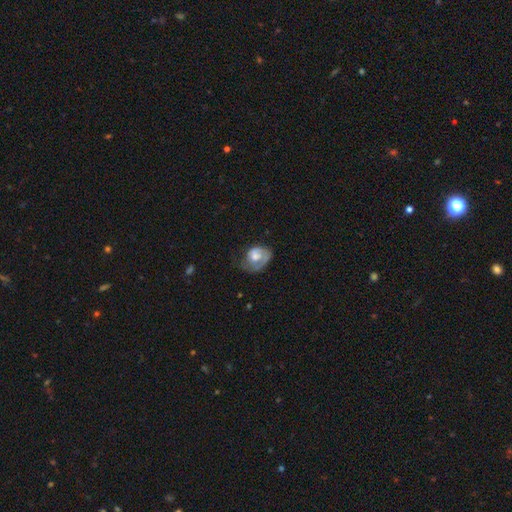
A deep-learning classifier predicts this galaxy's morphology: Overall: featured or disk (49%; smooth 44%). Merging: none (35%; major disturbance 33%).